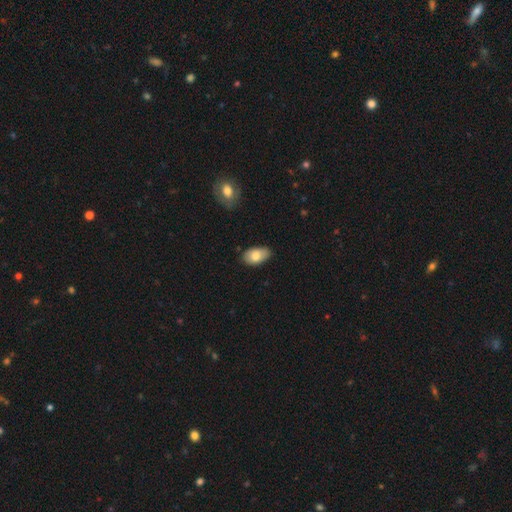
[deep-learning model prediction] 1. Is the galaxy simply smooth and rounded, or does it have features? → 80% smooth, 14% featured or disk, 7% star or artifact.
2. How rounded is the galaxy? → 94% in between, 5% round, 2% cigar-shaped.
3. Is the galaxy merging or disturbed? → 75% none, 20% minor disturbance, 3% major disturbance, 2% merger.